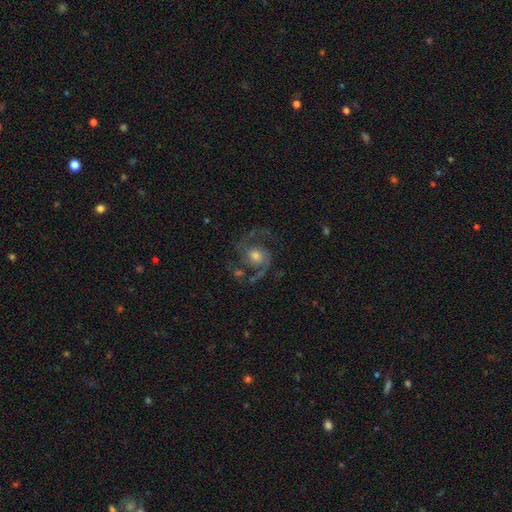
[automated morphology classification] This appears to be a featured or disk galaxy (88%) with no bar (65%), 2 (90%) medium (60%) spiral arms (97%) and a moderate central bulge (62%). Merging: none (72%).